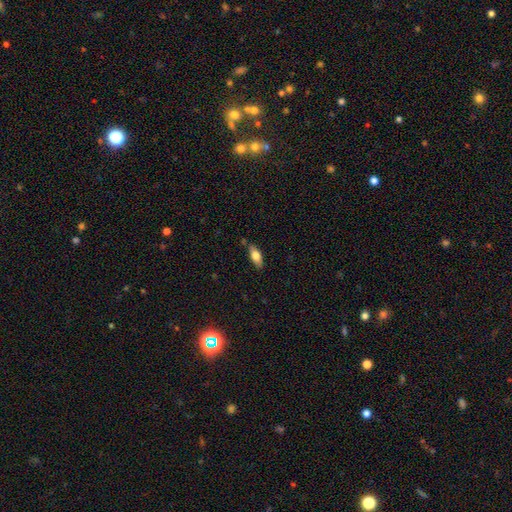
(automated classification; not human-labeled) Overall: smooth (70%). How rounded: in between (74%). Merging: none (75%).